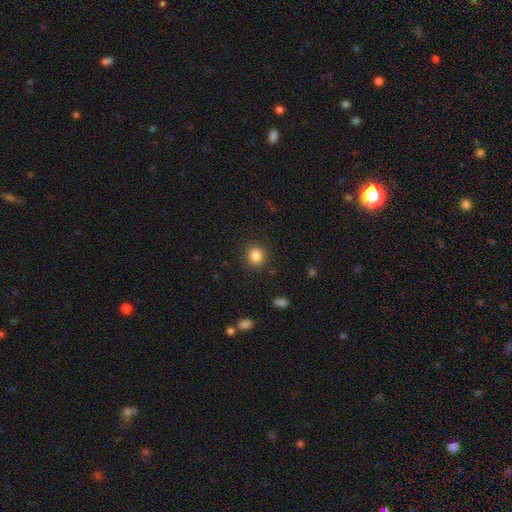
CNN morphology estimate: Q: Smooth or featured?
A: smooth (84%); runner-up: star or artifact (11%)
Q: How rounded?
A: round (89%); runner-up: in between (11%)
Q: Merging?
A: none (90%); runner-up: minor disturbance (6%)